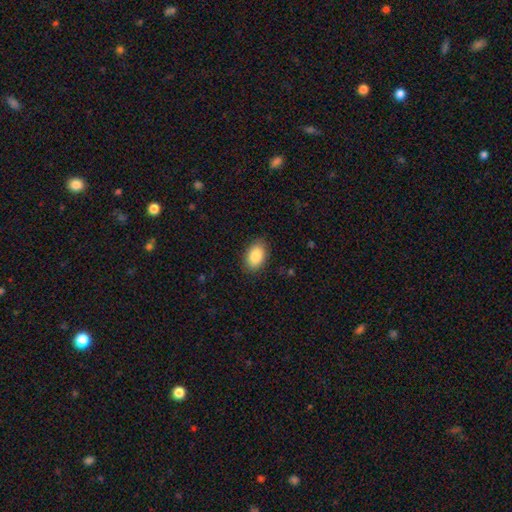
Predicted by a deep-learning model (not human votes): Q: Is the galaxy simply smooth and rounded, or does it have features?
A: smooth — 87%.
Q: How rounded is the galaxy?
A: in between — 91%.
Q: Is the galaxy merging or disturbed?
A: none — 87%.